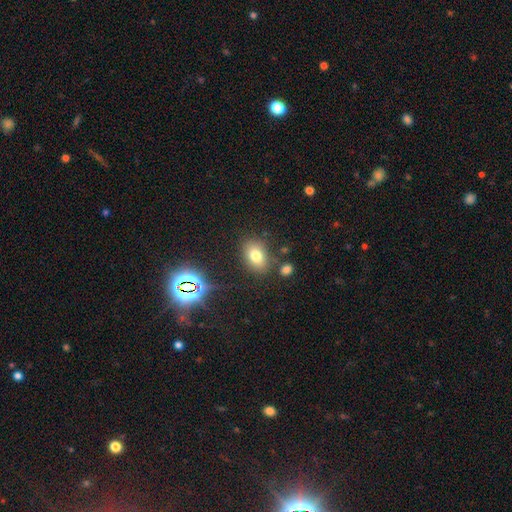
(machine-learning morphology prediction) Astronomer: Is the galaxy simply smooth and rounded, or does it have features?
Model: smooth — 74%.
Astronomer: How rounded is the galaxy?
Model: in between — 77%.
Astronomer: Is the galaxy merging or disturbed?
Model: none — 78%.